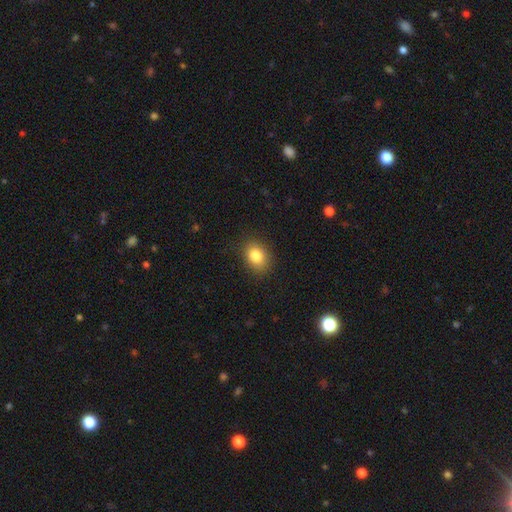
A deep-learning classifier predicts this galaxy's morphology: This is clearly a smooth galaxy (84%). How rounded: likely in between (66%). Merging: clearly none (85%).